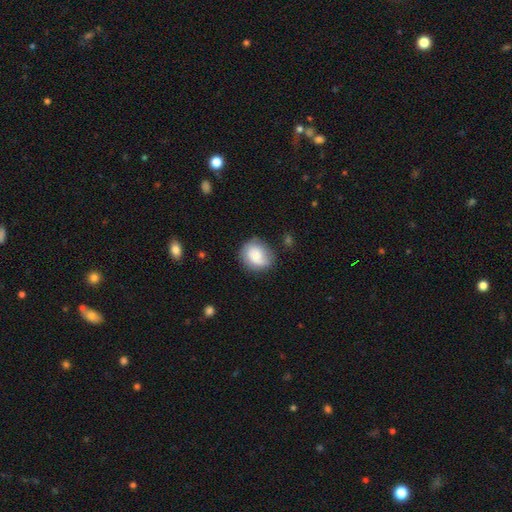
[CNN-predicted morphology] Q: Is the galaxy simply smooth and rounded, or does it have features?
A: smooth — 64%.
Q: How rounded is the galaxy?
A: round — 68%.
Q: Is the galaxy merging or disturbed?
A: none — 68%.